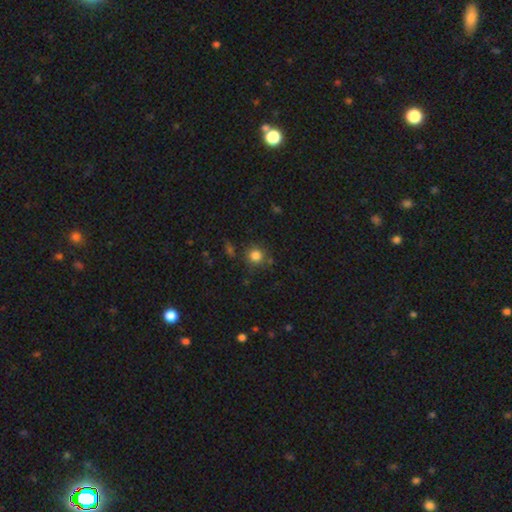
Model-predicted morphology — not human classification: Smooth or featured? smooth (81%)
How rounded? round (91%)
Merging? none (78%)